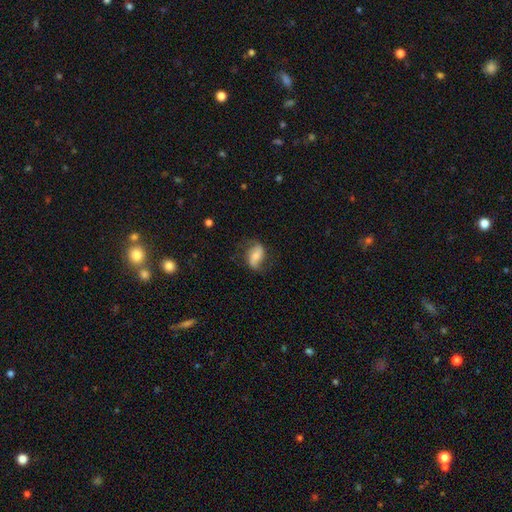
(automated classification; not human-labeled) smooth-or-featured: featured or disk: 56% | smooth: 36% | star or artifact: 8%
  disk-edge-on: no: 95% | yes: 5%
    bar: no: 38% | weak: 35% | strong: 28%
    has-spiral-arms: yes: 88% | no: 12%
    bulge-size: moderate: 41% | small: 40% | large: 8% | none: 8% | dominant: 2%
  merging: none: 64% | minor disturbance: 22% | major disturbance: 12% | merger: 2%